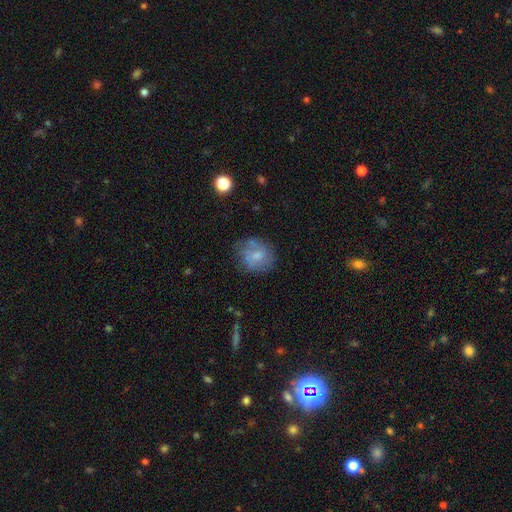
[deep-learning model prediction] Smooth or featured?
  - smooth: 49% *
  - featured or disk: 41%
  - star or artifact: 9%
Merging?
  - none: 61% *
  - minor disturbance: 24%
  - major disturbance: 13%
  - merger: 3%